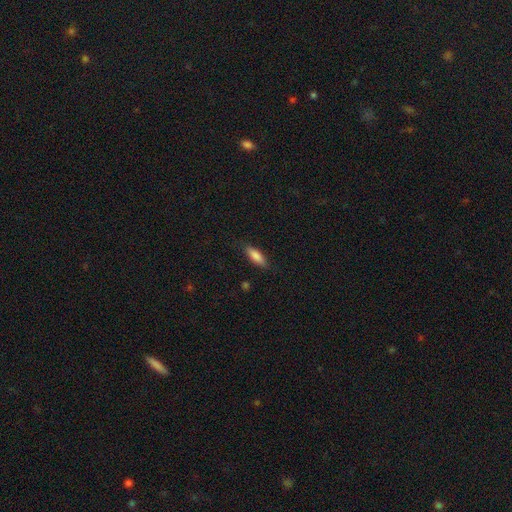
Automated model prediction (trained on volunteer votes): Overall: smooth (82%). How rounded: in between (53%; cigar-shaped 45%). Merging: none (84%).